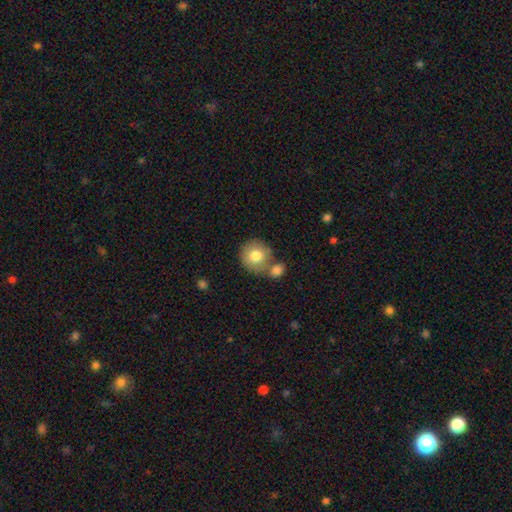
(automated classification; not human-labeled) This is likely a smooth galaxy (78%). How rounded: clearly round (89%). Merging: possibly none (59%).